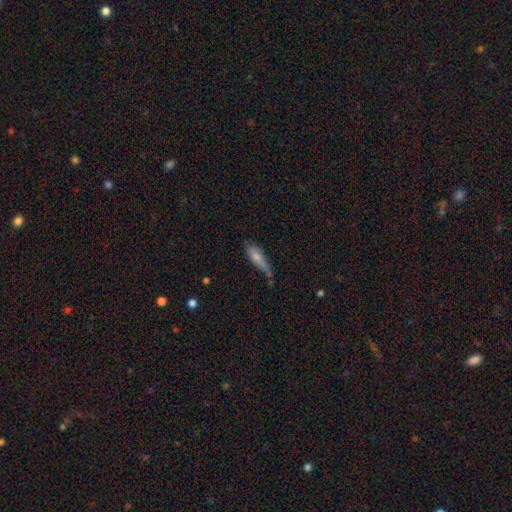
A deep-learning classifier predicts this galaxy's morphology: Smooth or featured: smooth — 74% (featured or disk — 19%)
How rounded: cigar-shaped — 51% (in between — 46%)
Merging: none — 47% (minor disturbance — 35%)